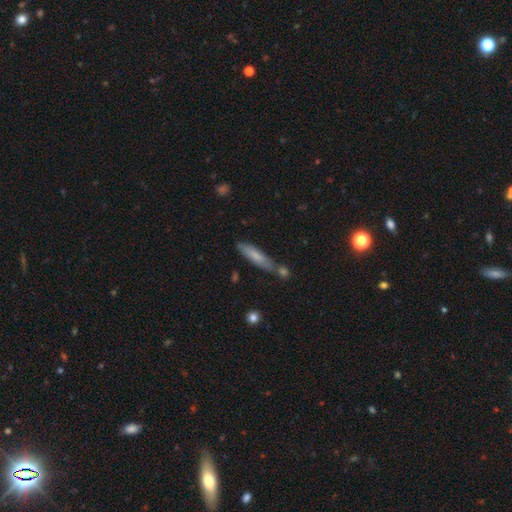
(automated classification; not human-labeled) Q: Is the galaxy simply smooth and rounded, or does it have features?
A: smooth — 70%.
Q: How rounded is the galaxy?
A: cigar-shaped — 79%.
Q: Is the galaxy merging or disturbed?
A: none — 59%.